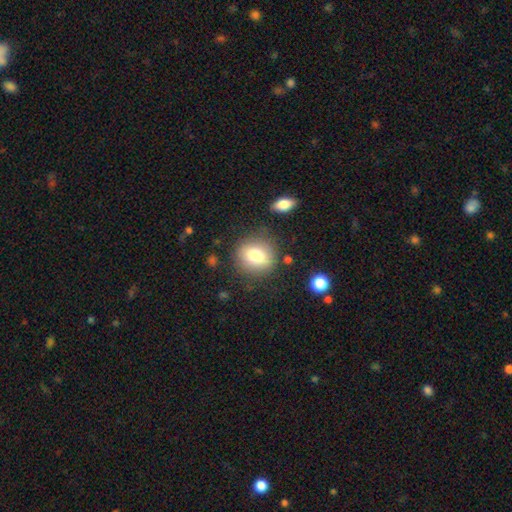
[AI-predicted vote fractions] This is likely a smooth galaxy (78%). How rounded: likely round (77%). Merging: clearly none (81%).